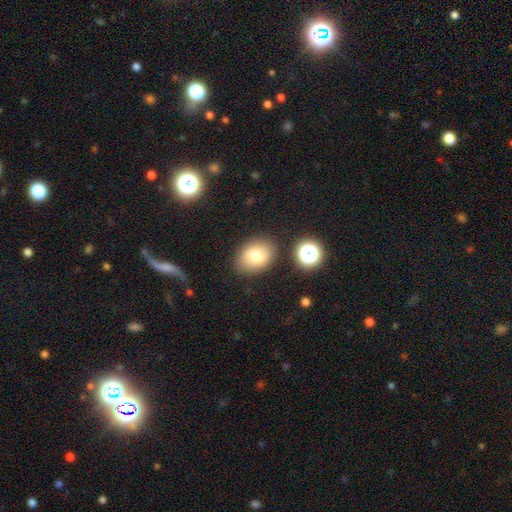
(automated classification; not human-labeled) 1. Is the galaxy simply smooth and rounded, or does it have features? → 79% smooth, 11% featured or disk, 10% star or artifact.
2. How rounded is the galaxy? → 68% in between, 31% round, 1% cigar-shaped.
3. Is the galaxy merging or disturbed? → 83% none, 11% minor disturbance, 3% merger, 3% major disturbance.